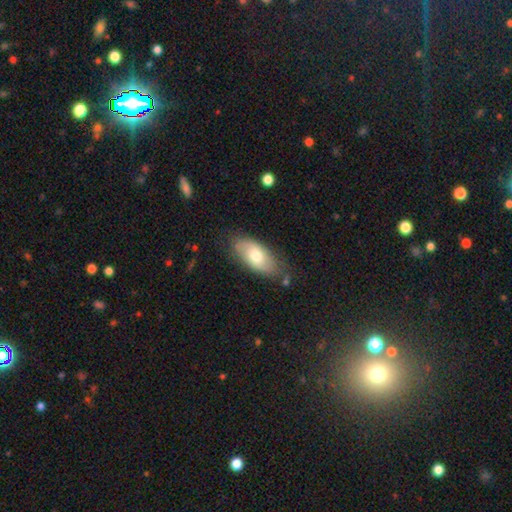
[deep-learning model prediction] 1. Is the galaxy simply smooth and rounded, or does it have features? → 68% smooth, 26% featured or disk, 6% star or artifact.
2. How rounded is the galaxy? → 90% in between, 7% cigar-shaped, 3% round.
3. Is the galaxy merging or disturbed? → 72% none, 20% minor disturbance, 5% major disturbance, 3% merger.